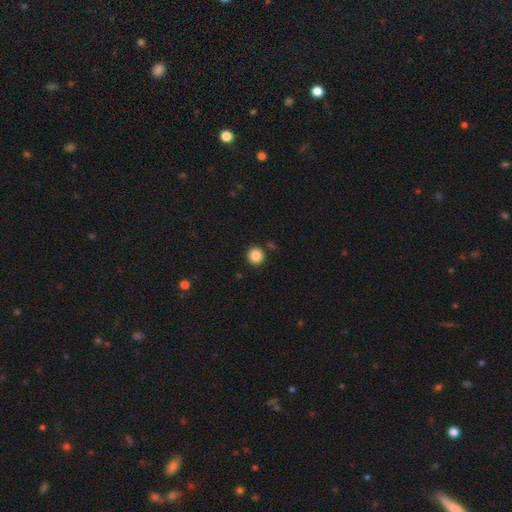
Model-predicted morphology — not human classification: Smooth or featured? smooth (86%)
How rounded? round (92%)
Merging? none (90%)